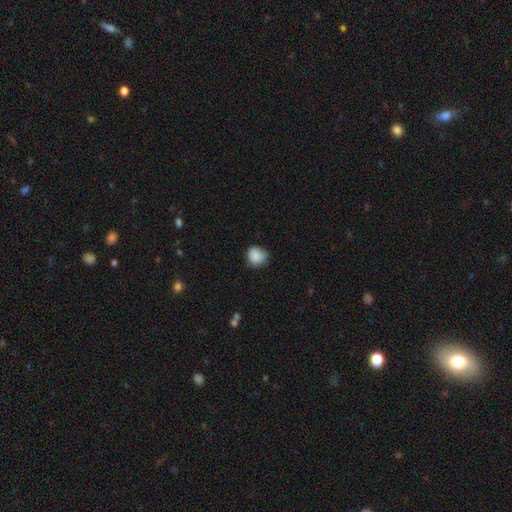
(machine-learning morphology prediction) Smooth or featured? smooth (85%)
How rounded? round (76%)
Merging? none (61%)